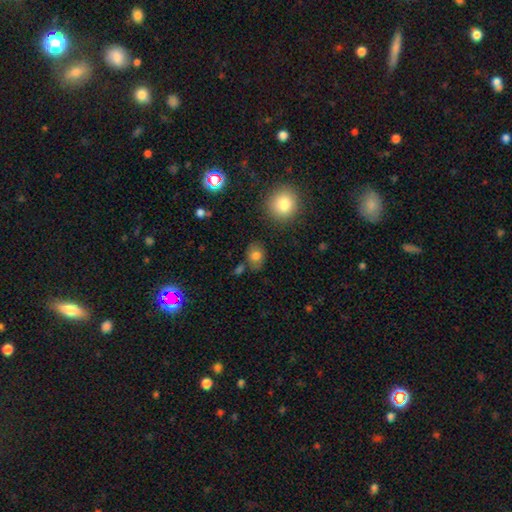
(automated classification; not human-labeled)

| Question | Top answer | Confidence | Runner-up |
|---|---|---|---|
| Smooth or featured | smooth | 79% | star or artifact (11%) |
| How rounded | in between | 53% | round (46%) |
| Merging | none | 75% | minor disturbance (14%) |